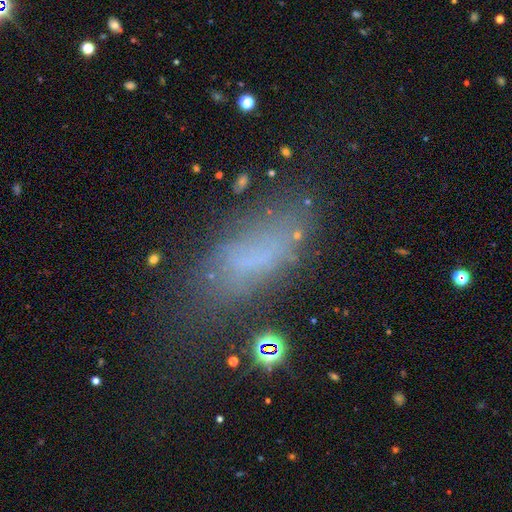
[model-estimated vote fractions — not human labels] A smooth galaxy with no disk features (57%) that is in between round and cigar-shaped (68%). Merging: none (50%).